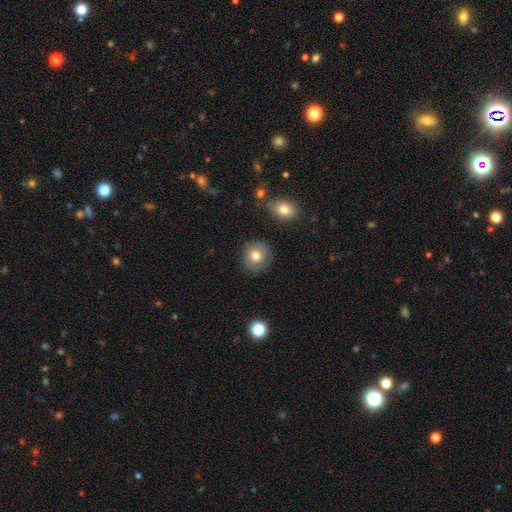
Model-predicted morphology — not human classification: Smooth or featured? Predicted: smooth (p=0.77). How rounded? Predicted: round (p=0.86). Merging? Predicted: none (p=0.86).